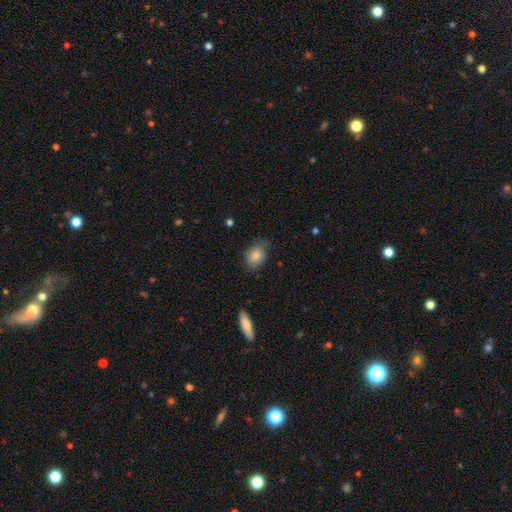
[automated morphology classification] smooth_or_featured: smooth (p=0.84) [alt: featured or disk p=0.09]
how_rounded: in between (p=0.73) [alt: round p=0.26]
merging: none (p=0.64) [alt: minor disturbance p=0.28]